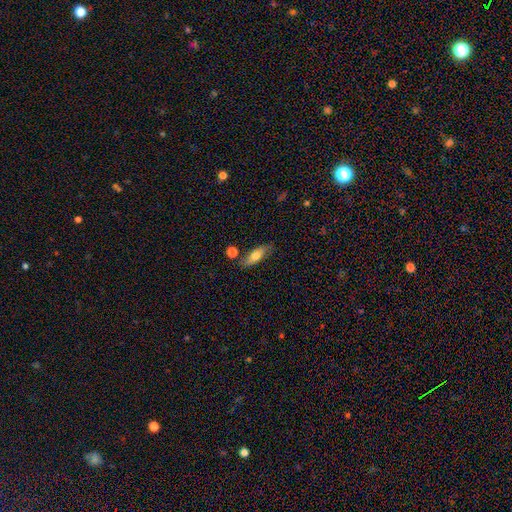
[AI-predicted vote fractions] This is likely a smooth galaxy (65%). How rounded: possibly in between (56%). Merging: likely none (75%).